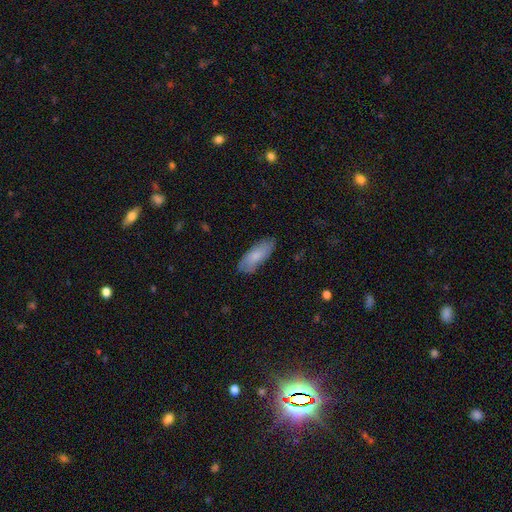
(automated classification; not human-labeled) A smooth galaxy with no disk features (77%) that is in between round and cigar-shaped (72%). Merging: none (78%).